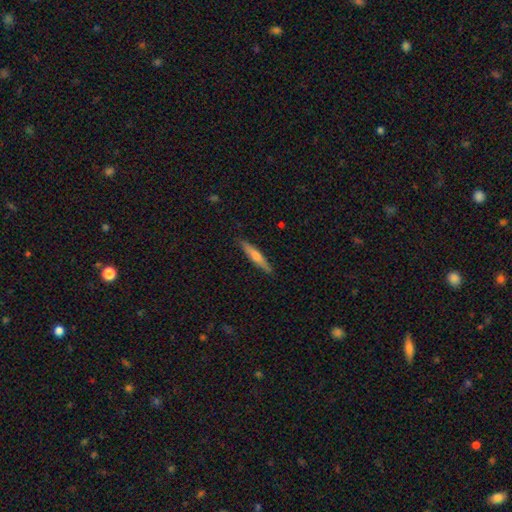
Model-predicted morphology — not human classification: smooth-or-featured: featured or disk: 51% | smooth: 43% | star or artifact: 6%
  disk-edge-on: yes: 96% | no: 4%
  merging: none: 90% | minor disturbance: 7% | major disturbance: 1% | merger: 1%